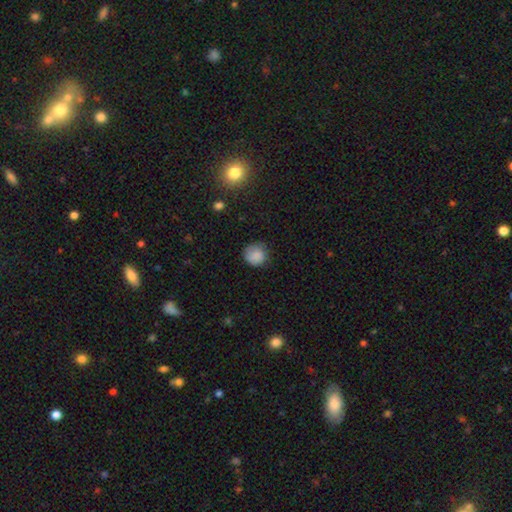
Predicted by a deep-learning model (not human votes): The model was most divided on "merging": none: 71%, minor disturbance: 22%, major disturbance: 6%, merger: 1%. More confident: how rounded — round (89%); smooth or featured — smooth (84%).